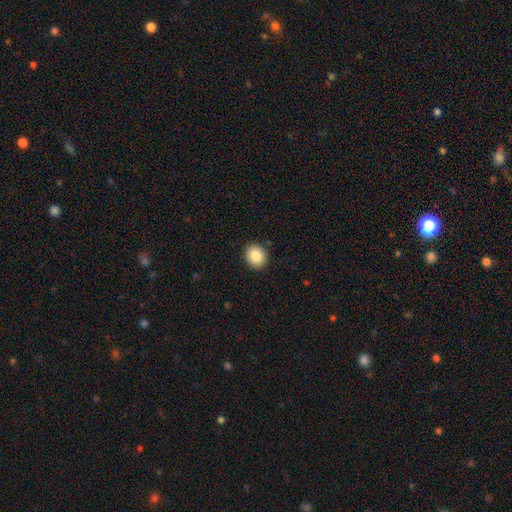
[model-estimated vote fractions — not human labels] Morphology: type=smooth (86%); roundness=round (74%); merging=none (91%).